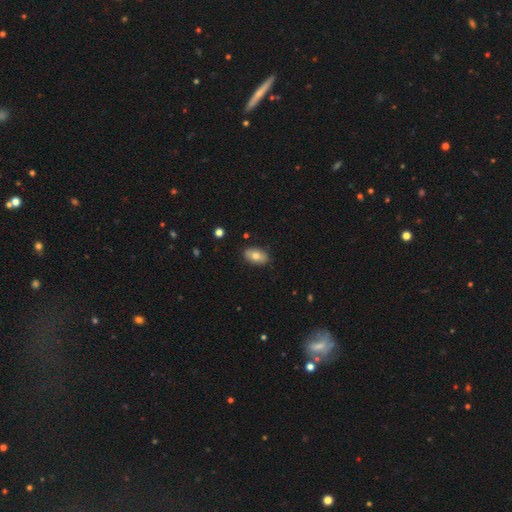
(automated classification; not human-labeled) Morphology: type=smooth (74%); roundness=in between (92%); merging=none (87%).